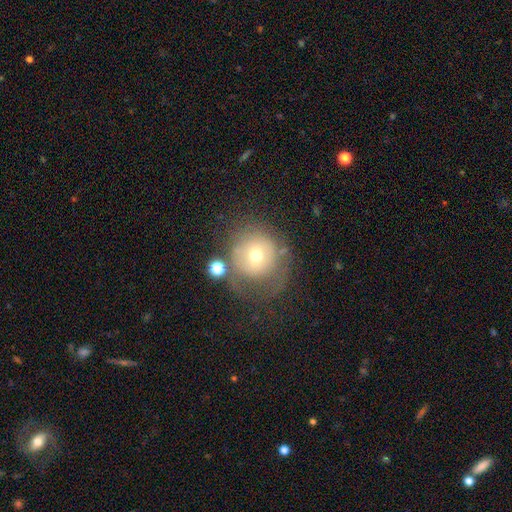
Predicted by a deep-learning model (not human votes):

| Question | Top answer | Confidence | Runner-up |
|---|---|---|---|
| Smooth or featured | smooth | 54% | featured or disk (34%) |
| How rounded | round | 85% | in between (14%) |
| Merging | none | 52% | minor disturbance (21%) |